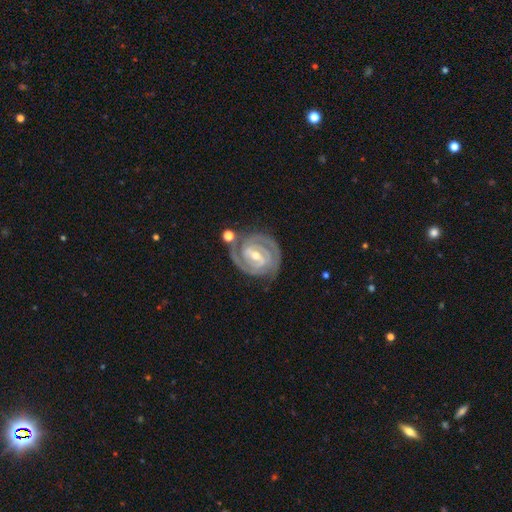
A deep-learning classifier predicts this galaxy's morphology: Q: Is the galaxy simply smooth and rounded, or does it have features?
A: featured or disk — 91%.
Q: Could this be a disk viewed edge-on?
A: no — 97%.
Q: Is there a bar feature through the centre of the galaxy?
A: weak — 43%.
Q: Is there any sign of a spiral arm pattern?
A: yes — 98%.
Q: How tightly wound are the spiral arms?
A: tight — 78%.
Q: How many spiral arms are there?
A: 2 — 77%.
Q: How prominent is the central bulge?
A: small — 49%.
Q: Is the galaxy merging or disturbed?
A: none — 74%.